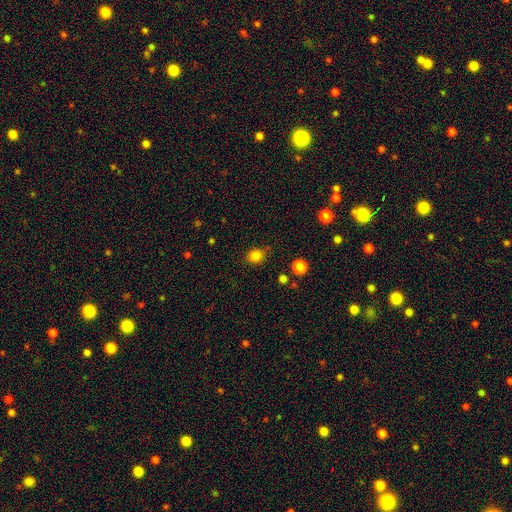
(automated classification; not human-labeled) This appears to be a smooth galaxy with no disk features (83%) that is round (68%). Merging: none (81%).